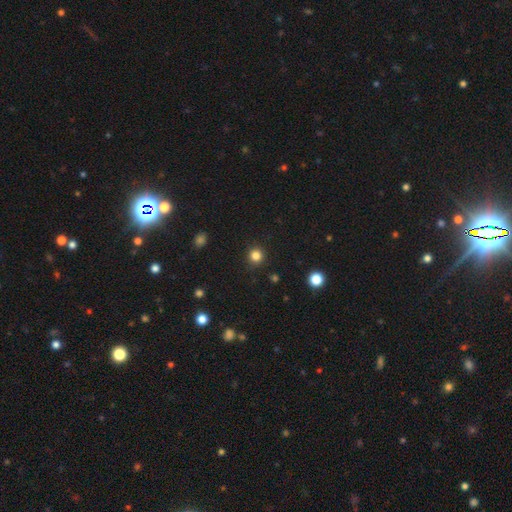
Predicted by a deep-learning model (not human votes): Morphology: type=smooth (83%); roundness=round (94%); merging=none (92%).